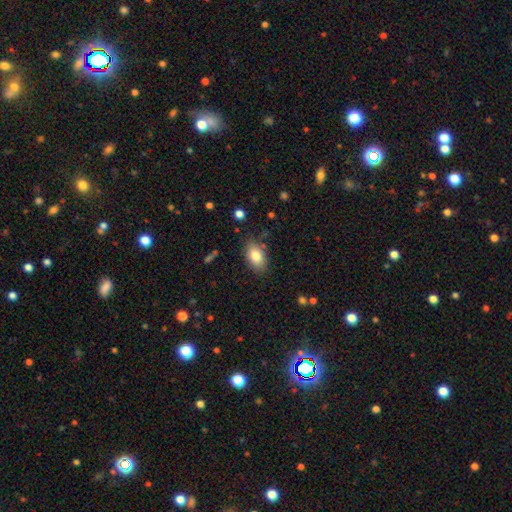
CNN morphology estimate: smooth-or-featured: smooth: 81% | featured or disk: 12% | star or artifact: 8%
  how-rounded: in between: 89% | round: 9% | cigar-shaped: 2%
  merging: none: 82% | minor disturbance: 13% | major disturbance: 3% | merger: 2%